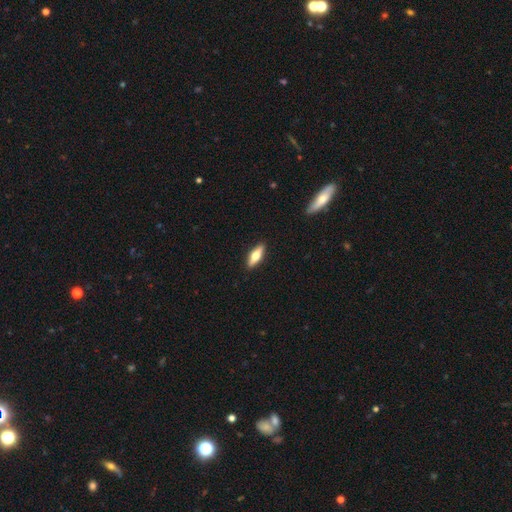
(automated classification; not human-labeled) A smooth galaxy with no disk features (55%) that is in between round and cigar-shaped (52%). Merging: none (90%).